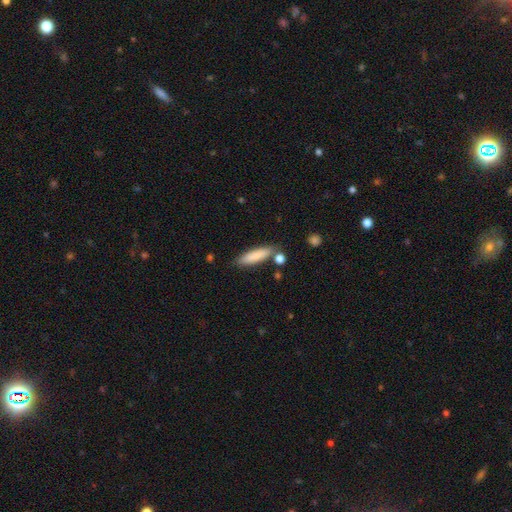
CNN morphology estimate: This appears to be a smooth galaxy with no disk features (84%) that is cigar-shaped (70%). Merging: none (78%).